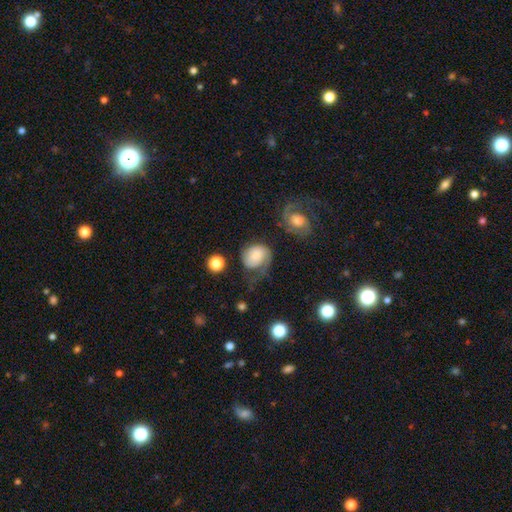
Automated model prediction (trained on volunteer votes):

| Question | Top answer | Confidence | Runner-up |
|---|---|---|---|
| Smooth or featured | smooth | 55% | featured or disk (37%) |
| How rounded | round | 64% | in between (36%) |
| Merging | none | 37% | major disturbance (30%) |